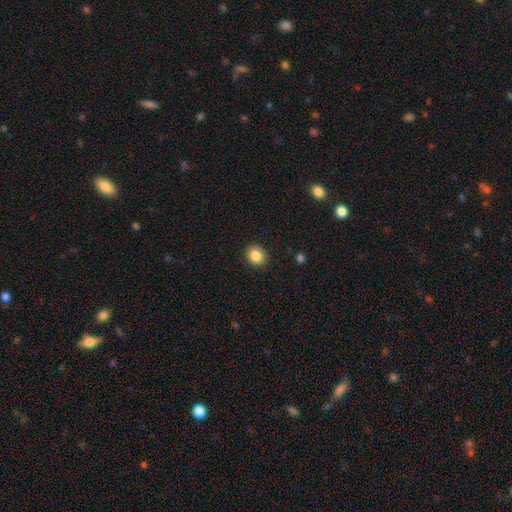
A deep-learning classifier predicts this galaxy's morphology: This is clearly a smooth galaxy (85%). How rounded: likely round (70%). Merging: clearly none (90%).